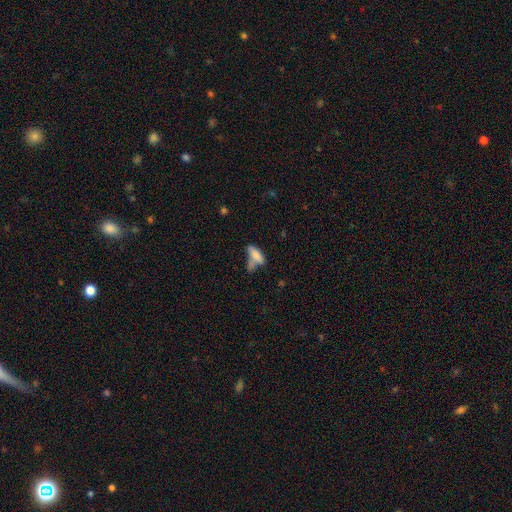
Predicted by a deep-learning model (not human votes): Morphology: type=smooth (74%); roundness=in between (66%); merging=merger (36%).